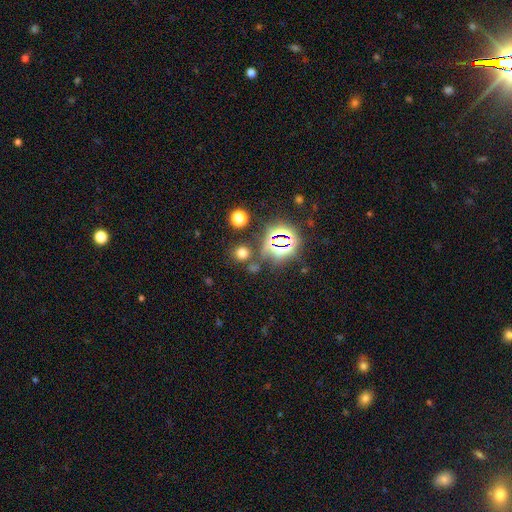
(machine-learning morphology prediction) A star or artifact, not a galaxy (77%).

Vote fractions:
- Smooth or featured? star or artifact: 77% / smooth: 14% / featured or disk: 9%